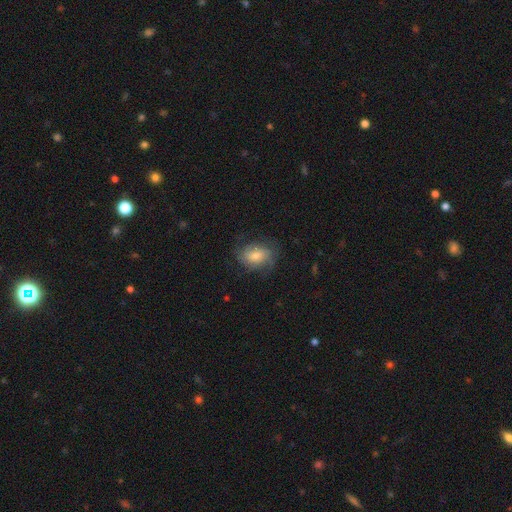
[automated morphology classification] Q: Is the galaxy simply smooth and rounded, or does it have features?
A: smooth — 52%.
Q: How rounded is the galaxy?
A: in between — 68%.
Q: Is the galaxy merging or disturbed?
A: none — 67%.